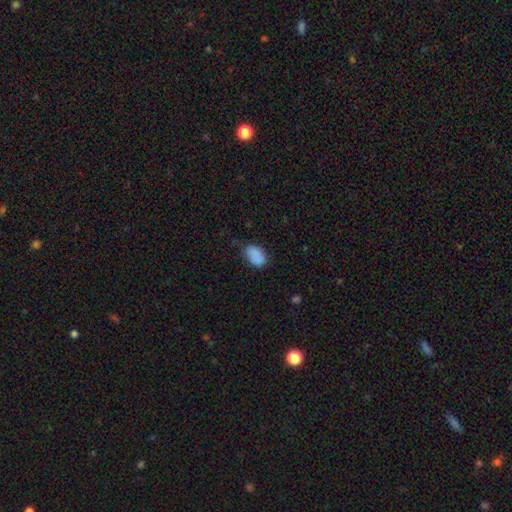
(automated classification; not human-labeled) This appears to be a smooth galaxy with no disk features (84%) that is in between round and cigar-shaped (87%). Merging: none (53%).